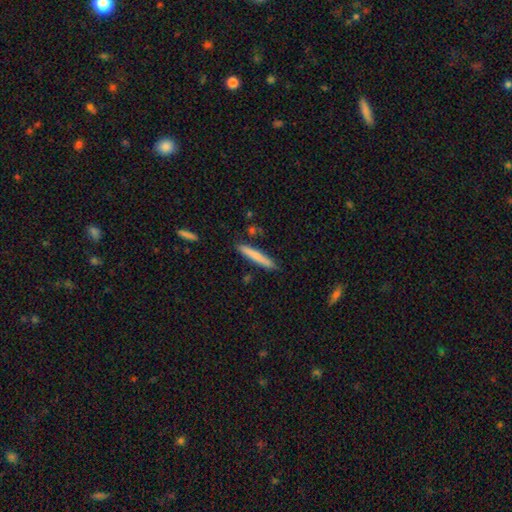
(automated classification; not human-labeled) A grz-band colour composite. It shows a smooth galaxy with no disk features (73%) that is cigar-shaped (95%). Merging: none (87%).